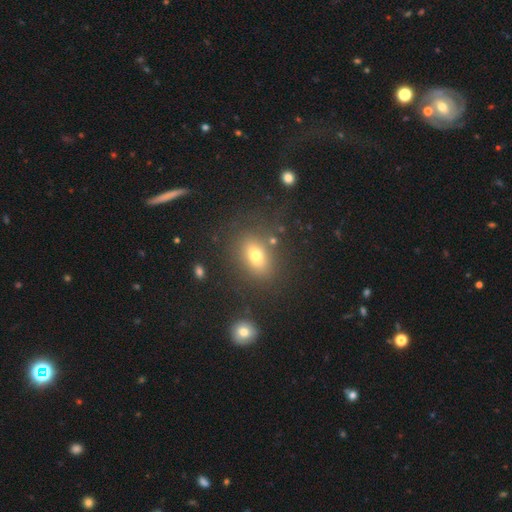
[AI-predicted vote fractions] Smooth or featured: smooth — 71% (featured or disk — 15%)
How rounded: in between — 73% (round — 24%)
Merging: none — 77% (minor disturbance — 12%)